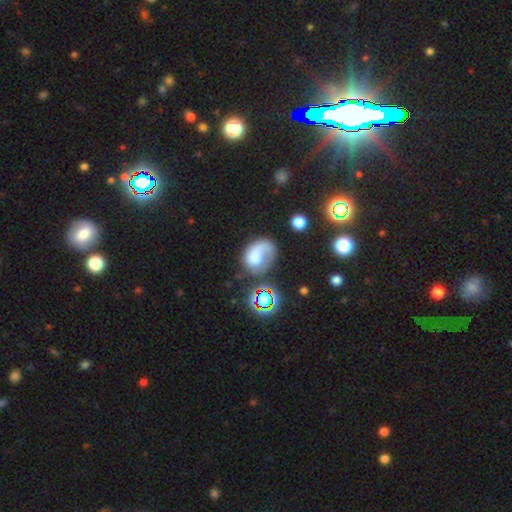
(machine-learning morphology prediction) This is possibly a featured or disk galaxy (48%). Merging: marginally none (41%).